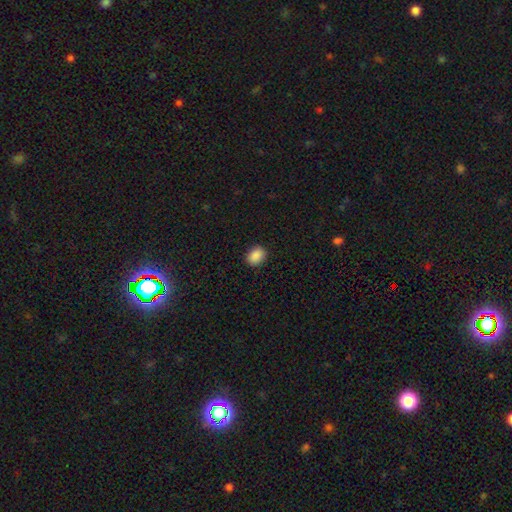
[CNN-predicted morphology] Smooth or featured: smooth — 89% (star or artifact — 8%)
How rounded: in between — 62% (round — 37%)
Merging: none — 90% (minor disturbance — 7%)